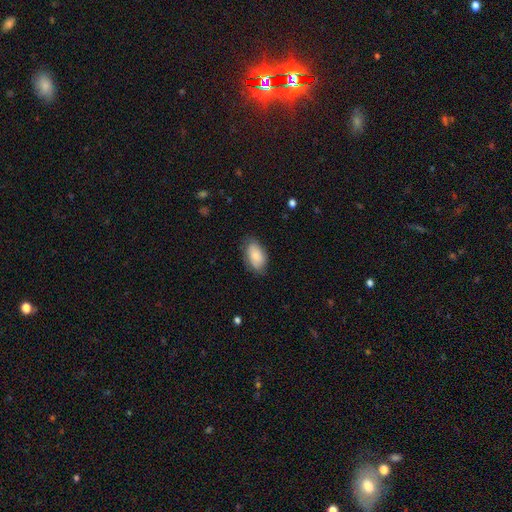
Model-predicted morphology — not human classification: smooth_or_featured: smooth (p=0.79) [alt: featured or disk p=0.14]
how_rounded: in between (p=0.93) [alt: round p=0.05]
merging: none (p=0.76) [alt: minor disturbance p=0.19]